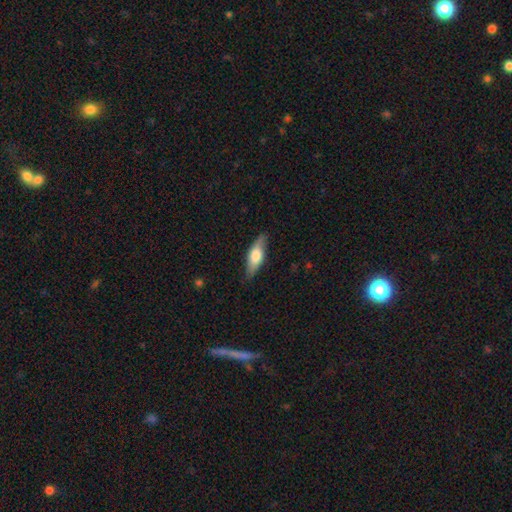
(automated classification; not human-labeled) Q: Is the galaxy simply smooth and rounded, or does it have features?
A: smooth — 58%.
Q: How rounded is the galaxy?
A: in between — 58%.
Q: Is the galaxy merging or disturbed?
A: none — 81%.